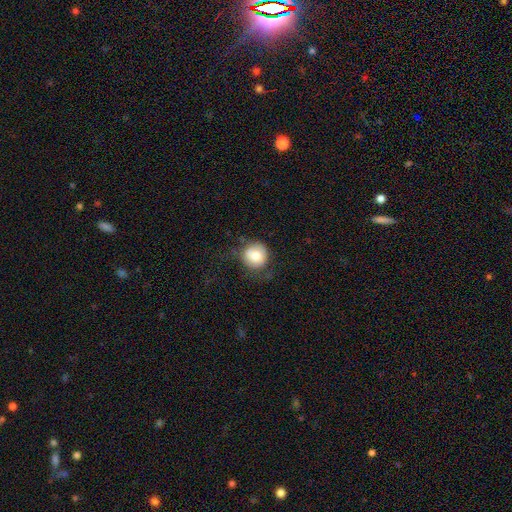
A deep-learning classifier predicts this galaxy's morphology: A smooth galaxy with no disk features (79%) that is round (90%). Merging: none (59%).